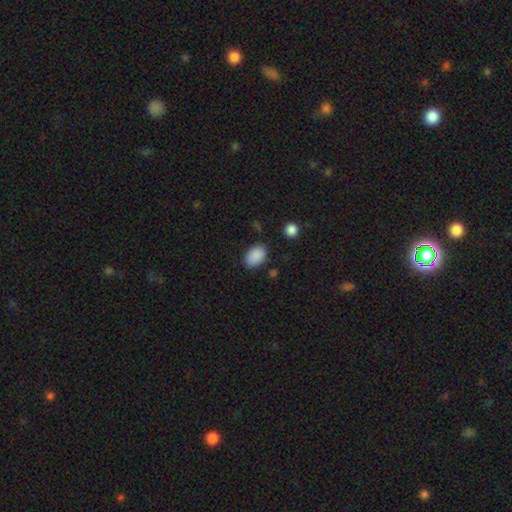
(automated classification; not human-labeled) Smooth or featured? Predicted: smooth (p=0.89). How rounded? Predicted: in between (p=0.86). Merging? Predicted: none (p=0.82).